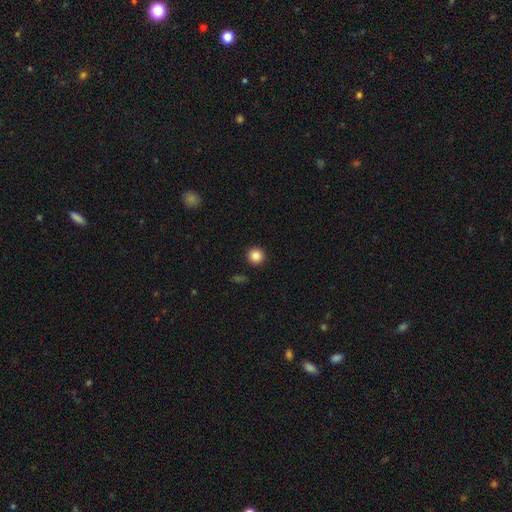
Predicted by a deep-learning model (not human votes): Smooth or featured: smooth — 85% (star or artifact — 10%)
How rounded: round — 95% (in between — 4%)
Merging: none — 93% (minor disturbance — 4%)